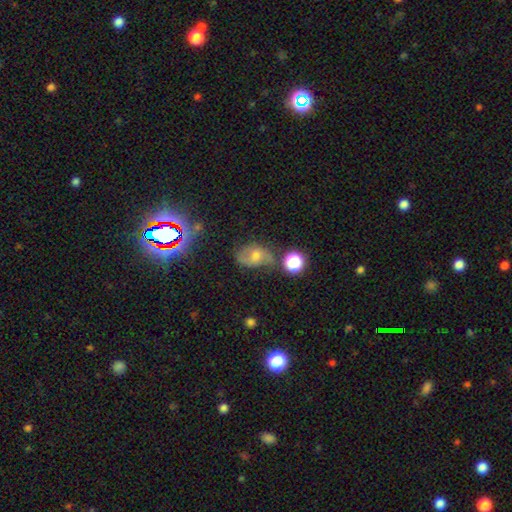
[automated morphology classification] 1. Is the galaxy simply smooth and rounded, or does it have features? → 42% featured or disk, 37% smooth, 21% star or artifact.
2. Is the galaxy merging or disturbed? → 55% none, 25% minor disturbance, 12% major disturbance, 8% merger.